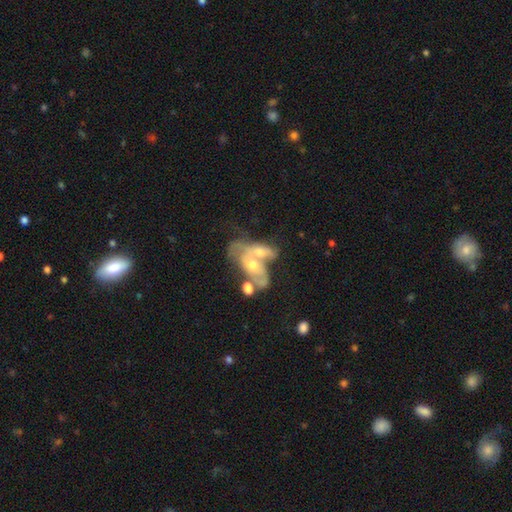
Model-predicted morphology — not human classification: Smooth or featured? featured or disk (62%)
Edge-on disk? no (93%)
Bar? no (81%)
Spiral arms? no (59%)
Bulge size? moderate (65%)
Merging? merger (68%)